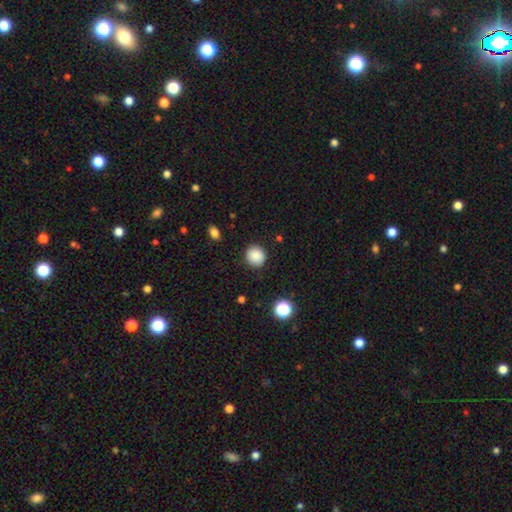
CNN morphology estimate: A smooth galaxy with no disk features (86%) that is round (89%).

Vote fractions:
- Smooth or featured? smooth: 86% / star or artifact: 10% / featured or disk: 4%
- How rounded? round: 89% / in between: 10% / cigar-shaped: 1%
- Merging? none: 90% / minor disturbance: 7% / major disturbance: 2% / merger: 1%